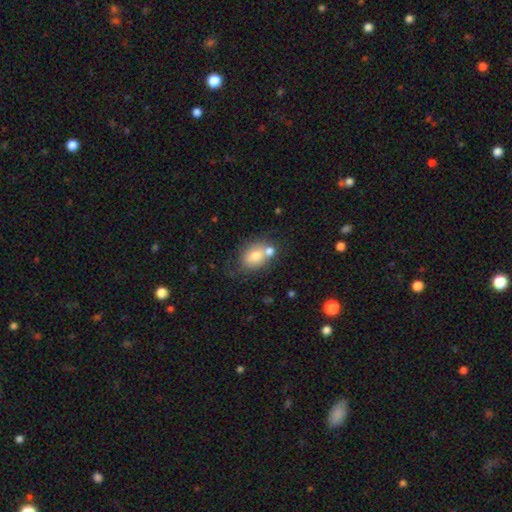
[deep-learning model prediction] Overall: smooth (72%). How rounded: in between (63%; round 36%). Merging: none (46%; merger 34%).